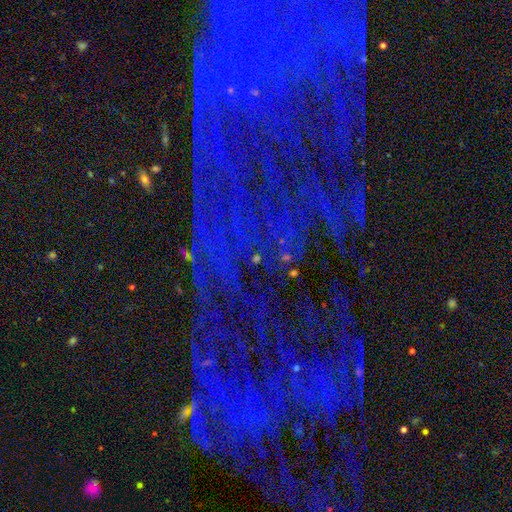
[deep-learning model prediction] Smooth or featured: star or artifact — 81% (featured or disk — 10%)